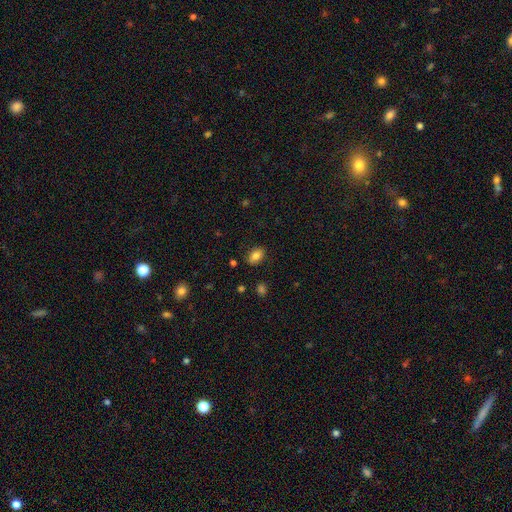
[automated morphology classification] Overall: smooth (83%). How rounded: in between (85%). Merging: none (86%).